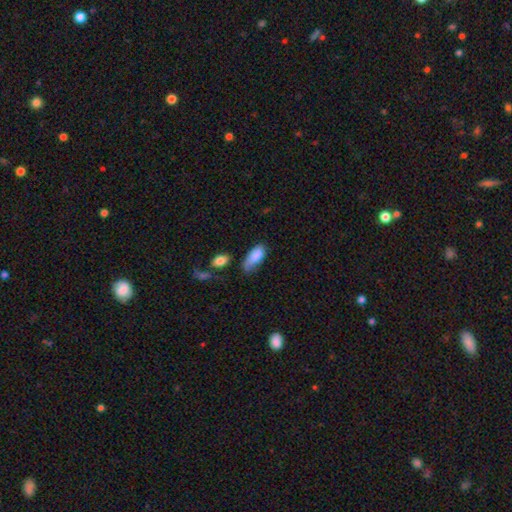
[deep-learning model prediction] smooth_or_featured: smooth (p=0.84) [alt: featured or disk p=0.09]
how_rounded: in between (p=0.84) [alt: cigar-shaped p=0.14]
merging: none (p=0.41) [alt: minor disturbance p=0.37]